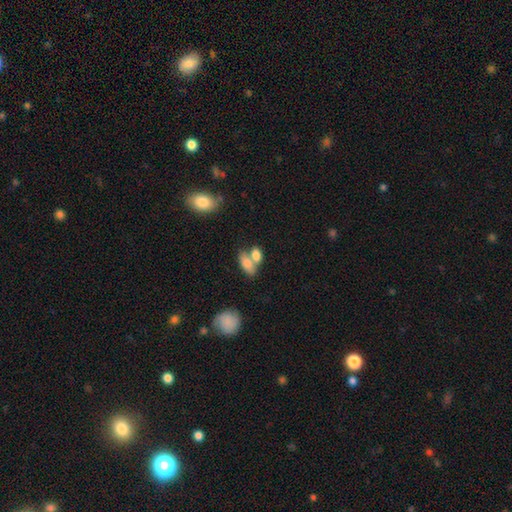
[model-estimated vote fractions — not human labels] Smooth or featured? Predicted: smooth (p=0.79). How rounded? Predicted: in between (p=0.83). Merging? Predicted: merger (p=0.56).